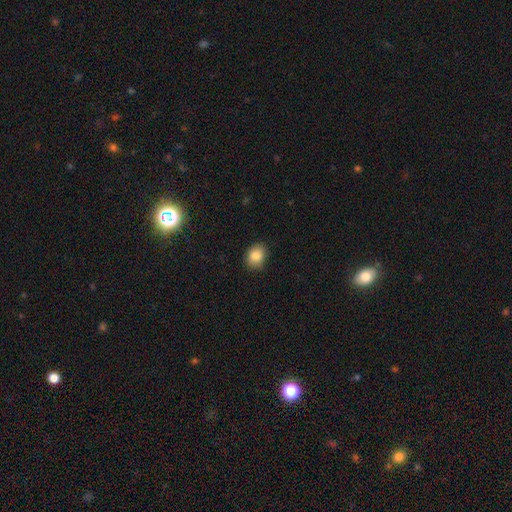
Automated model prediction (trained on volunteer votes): Smooth or featured: smooth — 84% (star or artifact — 9%)
How rounded: in between — 54% (round — 45%)
Merging: none — 83% (minor disturbance — 13%)